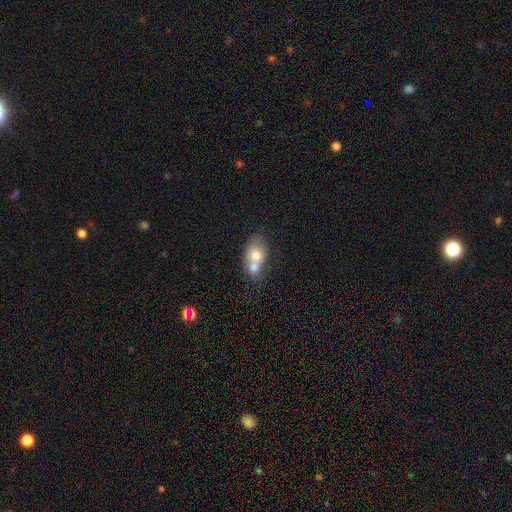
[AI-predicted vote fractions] A smooth galaxy with no disk features (68%) that is in between round and cigar-shaped (66%). Merging: merger (69%).